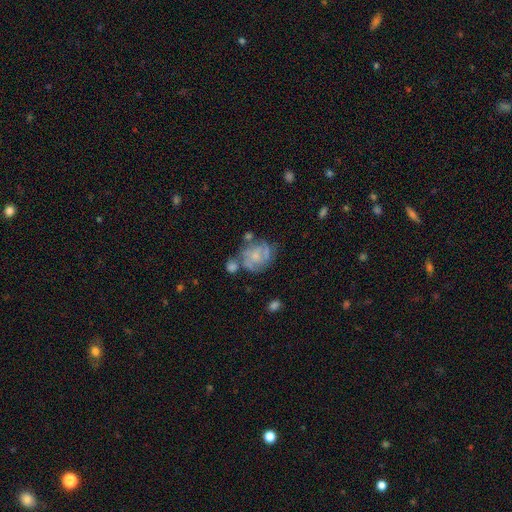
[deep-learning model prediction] Overall: featured or disk (67%). Edge-on disk: no (98%). Bar: no (71%). Spiral arms: yes (78%). Spiral arm count: can't tell (37%; 2 29%). Spiral winding: tight (50%; medium 37%). Bulge size: small (54%; moderate 29%). Merging: none (49%; minor disturbance 22%).